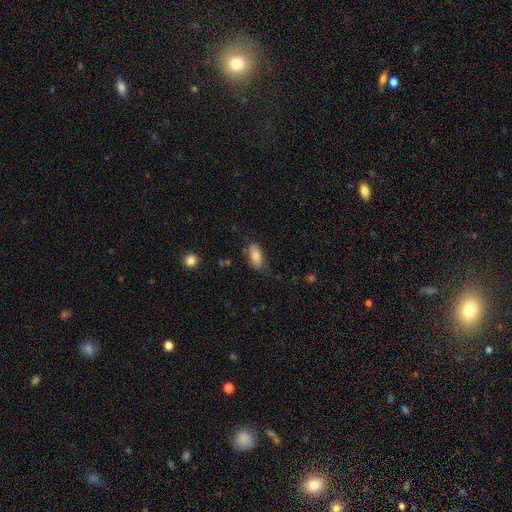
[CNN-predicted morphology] smooth-or-featured: smooth: 76% | featured or disk: 17% | star or artifact: 7%
  how-rounded: in between: 89% | cigar-shaped: 8% | round: 3%
  merging: none: 68% | minor disturbance: 23% | major disturbance: 7% | merger: 2%